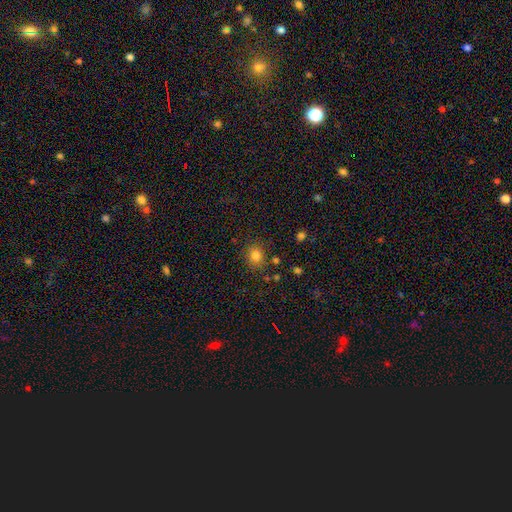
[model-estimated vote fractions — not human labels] Q: Smooth or featured?
A: smooth (80%); runner-up: star or artifact (14%)
Q: How rounded?
A: round (75%); runner-up: in between (24%)
Q: Merging?
A: none (81%); runner-up: minor disturbance (12%)